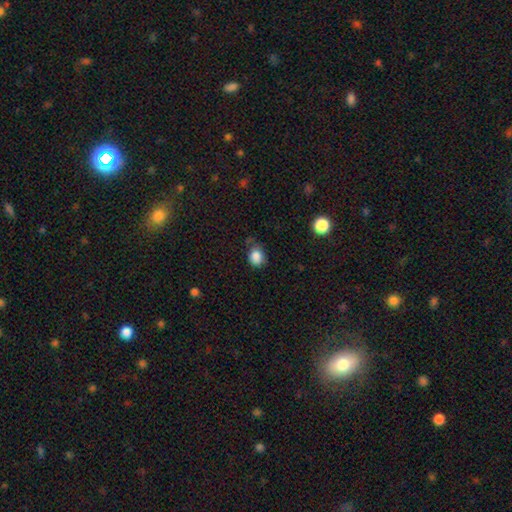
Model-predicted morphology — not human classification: Smooth or featured? Predicted: smooth (p=0.85). How rounded? Predicted: round (p=0.52). Merging? Predicted: none (p=0.62).